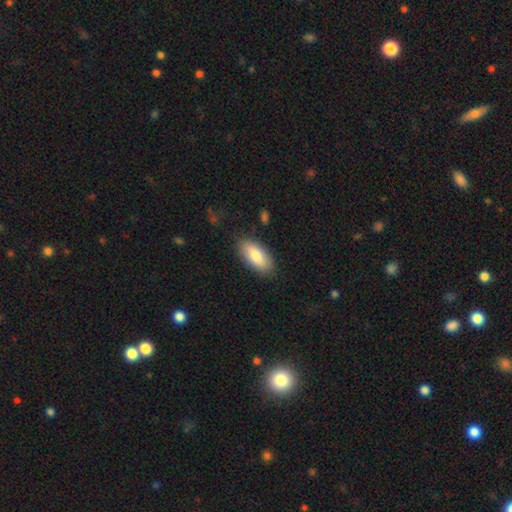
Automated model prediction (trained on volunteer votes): smooth 81%, featured or disk 14%, star or artifact 6%. Down the decision tree: how rounded — in between (90%); merging — none (85%).